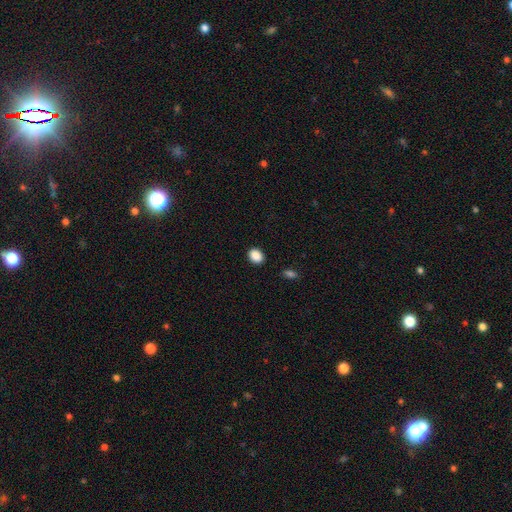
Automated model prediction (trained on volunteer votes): Smooth or featured: smooth — 89% (star or artifact — 8%)
How rounded: in between — 54% (round — 45%)
Merging: none — 90% (minor disturbance — 7%)